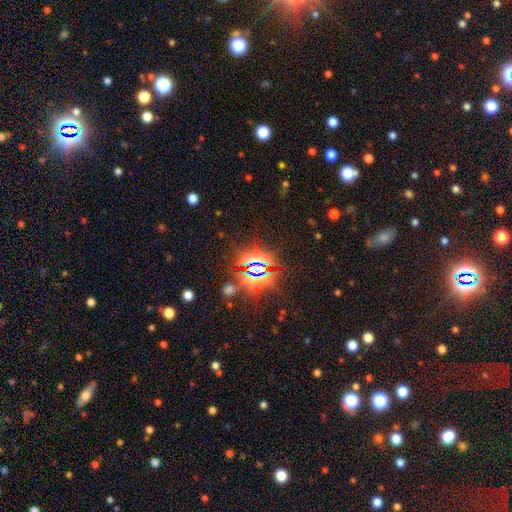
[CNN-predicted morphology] Smooth or featured?
  - star or artifact: 83% *
  - smooth: 9%
  - featured or disk: 7%